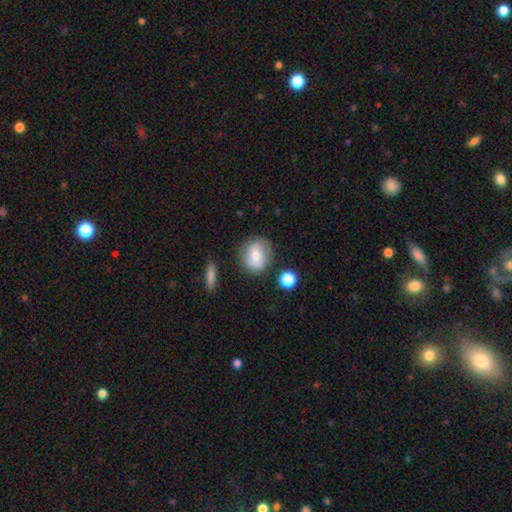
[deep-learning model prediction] smooth 61%, featured or disk 30%, star or artifact 9%. Down the decision tree: how rounded — round (72%); merging — none (77%).